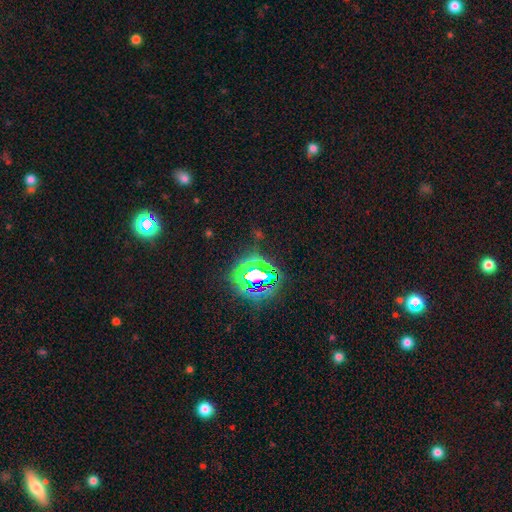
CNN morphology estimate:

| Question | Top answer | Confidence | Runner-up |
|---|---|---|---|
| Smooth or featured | star or artifact | 79% | smooth (13%) |